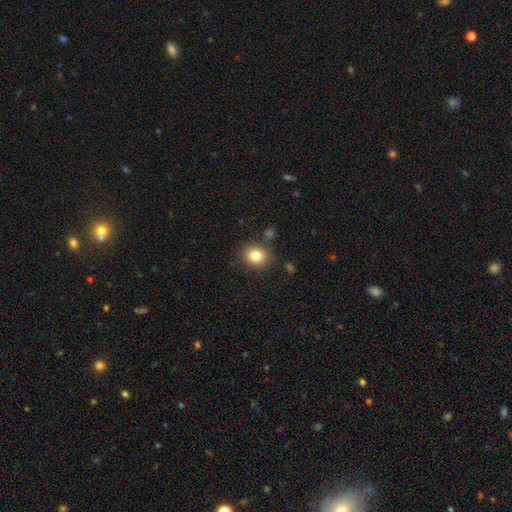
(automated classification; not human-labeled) A smooth galaxy with no disk features (82%) that is round (72%). Merging: none (84%).